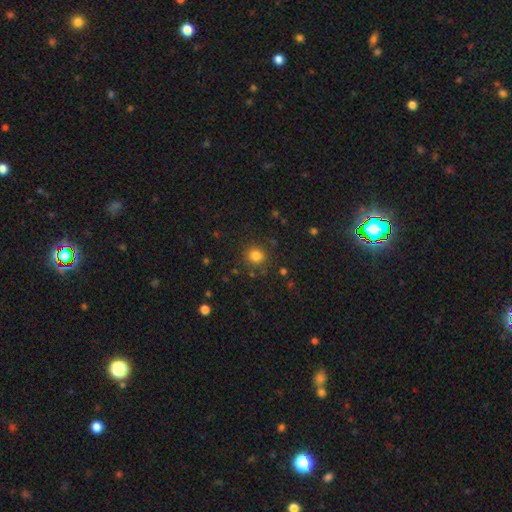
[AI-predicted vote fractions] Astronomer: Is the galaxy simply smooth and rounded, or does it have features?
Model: smooth — 81%.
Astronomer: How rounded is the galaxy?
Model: round — 86%.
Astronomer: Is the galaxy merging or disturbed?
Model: none — 85%.